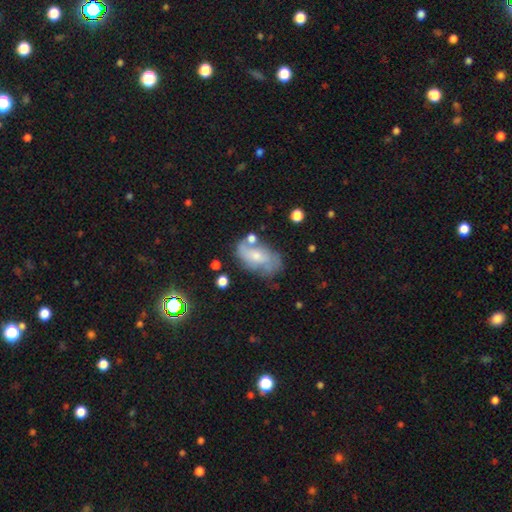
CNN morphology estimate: The model was most divided on "smooth or featured" (2-way tie): featured or disk: 45%, smooth: 45%, star or artifact: 10%. Remaining: merging — none (47%).